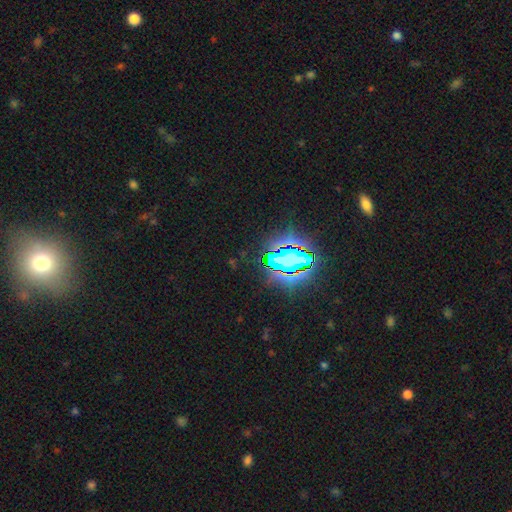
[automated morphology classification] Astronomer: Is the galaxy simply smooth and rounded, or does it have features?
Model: star or artifact — 83%.